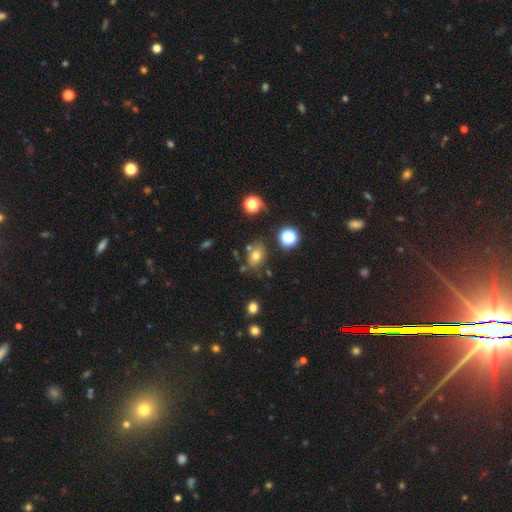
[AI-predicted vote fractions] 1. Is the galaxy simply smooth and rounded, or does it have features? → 71% smooth, 17% star or artifact, 13% featured or disk.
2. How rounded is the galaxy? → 67% in between, 31% round, 1% cigar-shaped.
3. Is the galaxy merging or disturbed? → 69% none, 16% minor disturbance, 9% merger, 5% major disturbance.